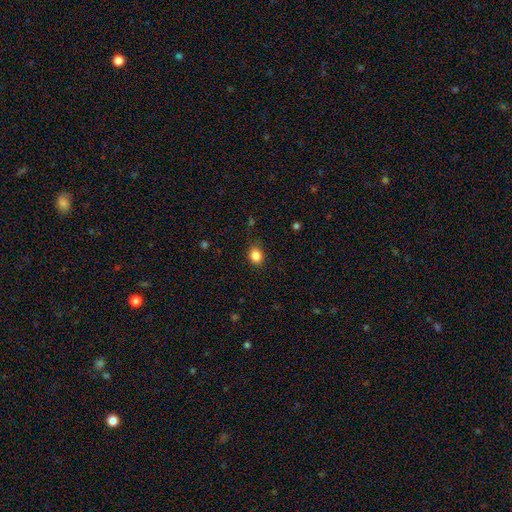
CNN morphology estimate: smooth_or_featured: smooth (p=0.86) [alt: star or artifact p=0.10]
how_rounded: round (p=0.51) [alt: in between p=0.48]
merging: none (p=0.83) [alt: minor disturbance p=0.13]